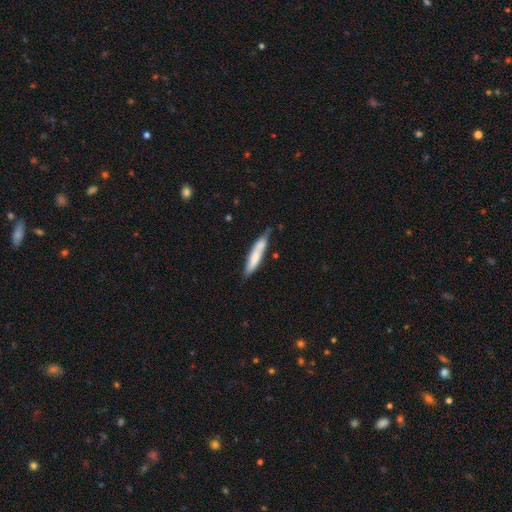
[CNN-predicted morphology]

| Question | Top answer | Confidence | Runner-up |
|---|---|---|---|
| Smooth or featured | smooth | 69% | featured or disk (25%) |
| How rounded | cigar-shaped | 84% | in between (15%) |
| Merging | none | 64% | minor disturbance (26%) |